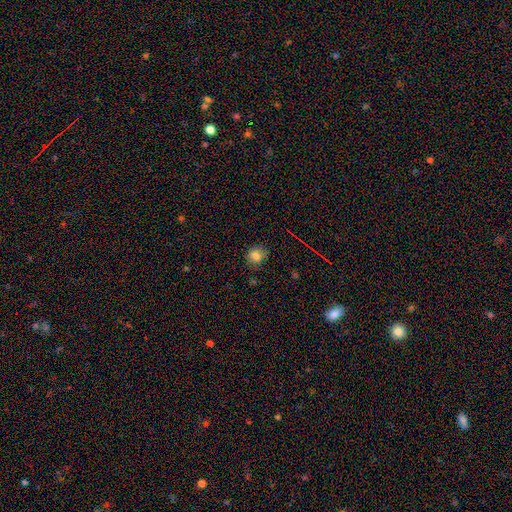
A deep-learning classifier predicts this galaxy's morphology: This is likely a smooth galaxy (79%). How rounded: clearly round (81%). Merging: clearly none (80%).